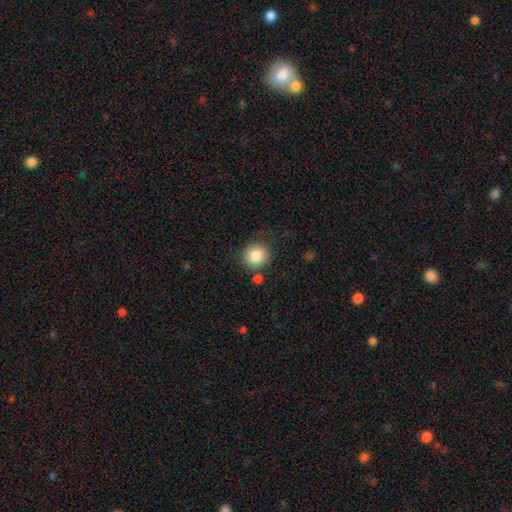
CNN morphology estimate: Overall: smooth (84%). How rounded: round (91%). Merging: none (80%).